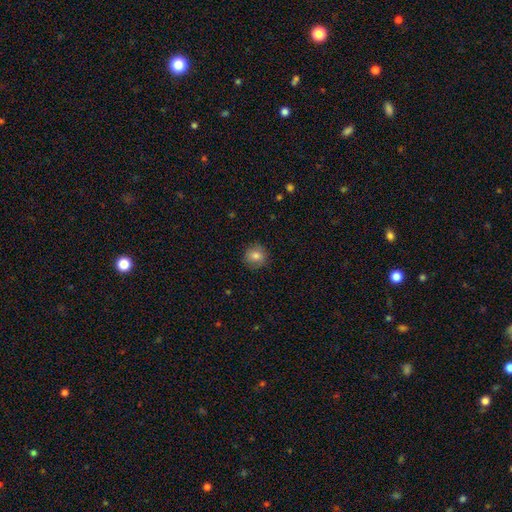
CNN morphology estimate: A smooth galaxy with no disk features (80%) that is round (87%).

Vote fractions:
- Smooth or featured? smooth: 80% / featured or disk: 11% / star or artifact: 10%
- How rounded? round: 87% / in between: 12% / cigar-shaped: 1%
- Merging? none: 85% / minor disturbance: 11% / major disturbance: 3% / merger: 1%